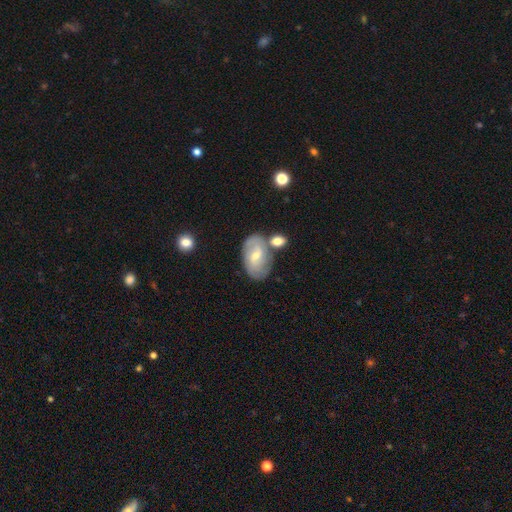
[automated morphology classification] This is possibly a featured or disk galaxy (58%). It is clearly not viewed edge-on (95%). Bar: possibly weak (51%). Spiral arm pattern: likely yes (77%). Central bulge: possibly small (53%). Merging: possibly none (56%).